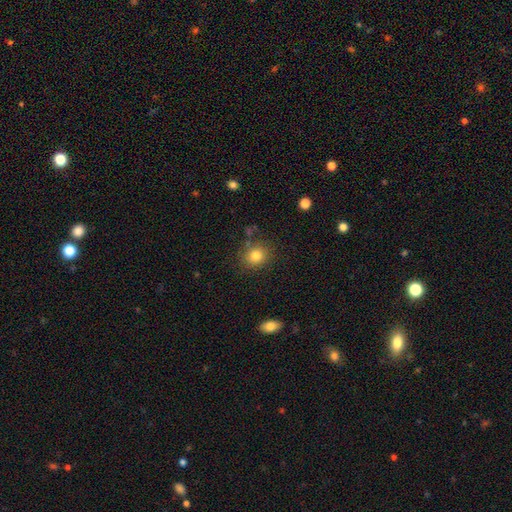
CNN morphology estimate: This appears to be a smooth galaxy with no disk features (82%) that is round (77%). Merging: none (81%).